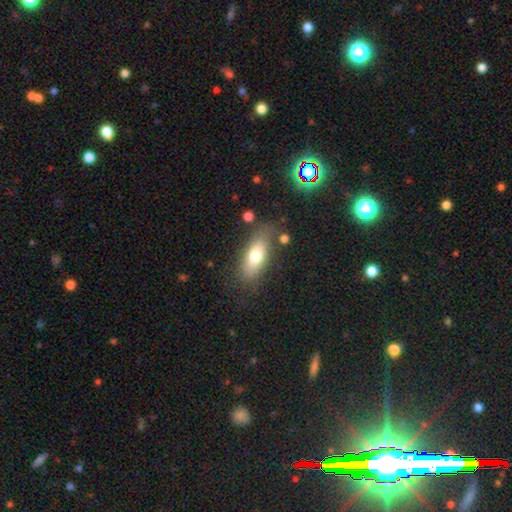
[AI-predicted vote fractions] Overall: smooth (72%). How rounded: in between (75%). Merging: none (74%).